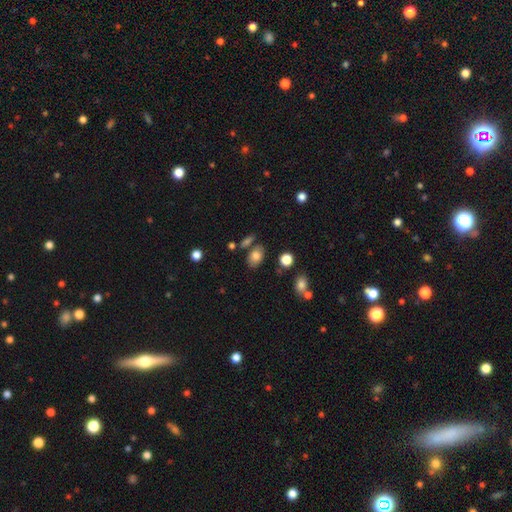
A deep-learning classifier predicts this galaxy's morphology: Overall: smooth (79%). How rounded: in between (84%). Merging: none (71%).